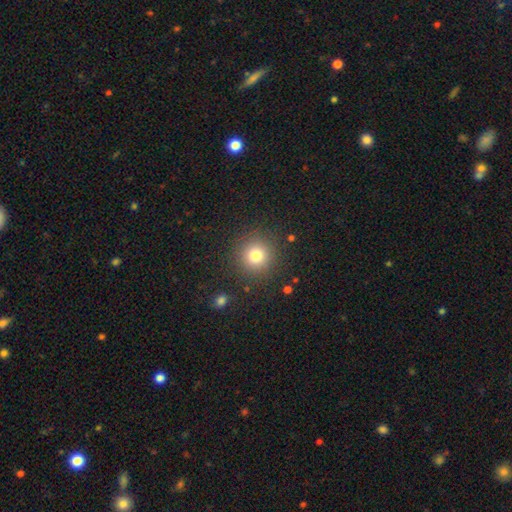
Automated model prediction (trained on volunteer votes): smooth-or-featured: smooth: 78% | star or artifact: 14% | featured or disk: 8%
  how-rounded: round: 94% | in between: 5% | cigar-shaped: 1%
  merging: none: 89% | minor disturbance: 7% | major disturbance: 3% | merger: 2%